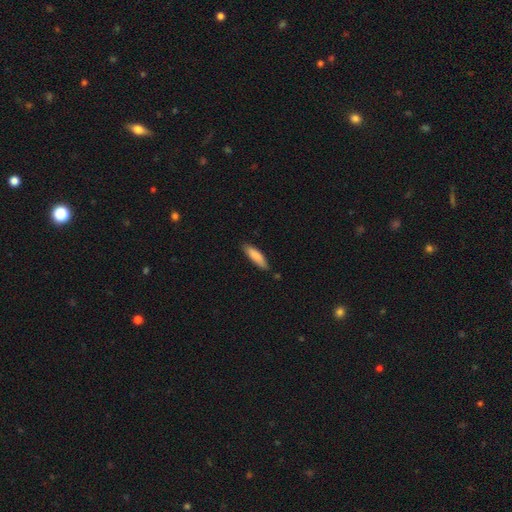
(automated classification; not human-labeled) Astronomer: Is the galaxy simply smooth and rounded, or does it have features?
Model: smooth — 85%.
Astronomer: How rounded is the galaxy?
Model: cigar-shaped — 58% (runner-up: in between, 40%).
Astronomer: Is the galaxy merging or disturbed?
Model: none — 78%.